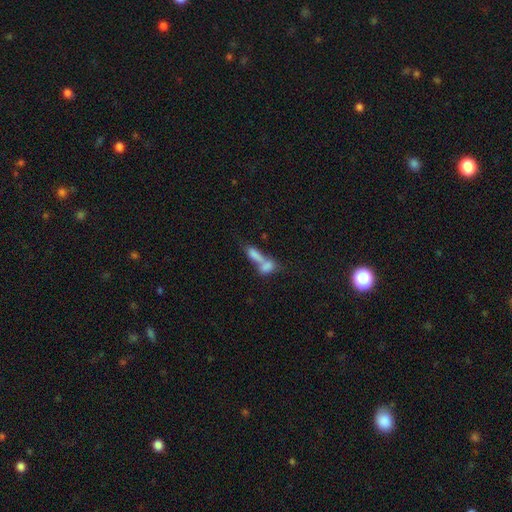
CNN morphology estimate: This is likely a smooth galaxy (73%). How rounded: likely in between (68%). Merging: likely merger (75%).